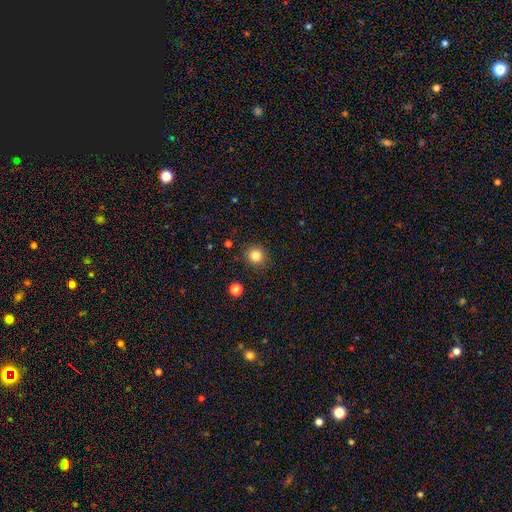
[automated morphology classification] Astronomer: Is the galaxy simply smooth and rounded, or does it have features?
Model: smooth — 83%.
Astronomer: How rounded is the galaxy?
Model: round — 90%.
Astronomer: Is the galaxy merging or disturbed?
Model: none — 88%.